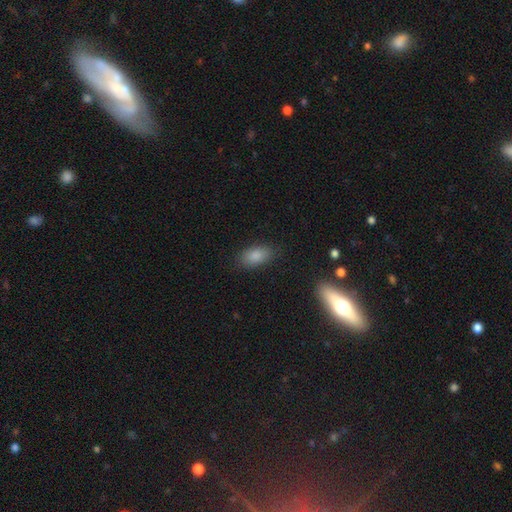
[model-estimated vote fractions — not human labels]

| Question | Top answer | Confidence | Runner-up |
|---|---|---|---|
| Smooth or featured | smooth | 86% | star or artifact (8%) |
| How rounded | in between | 91% | round (5%) |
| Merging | none | 83% | minor disturbance (12%) |